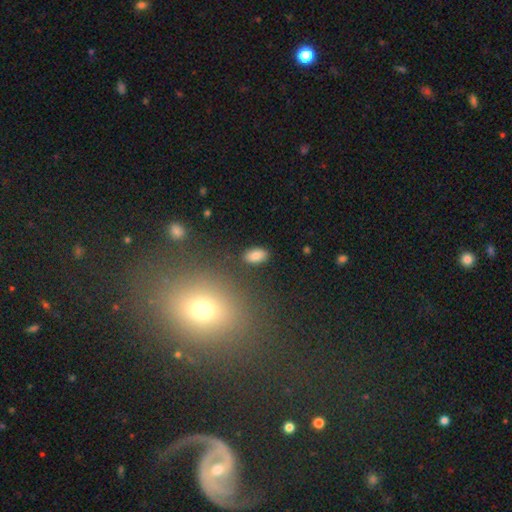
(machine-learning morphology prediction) smooth-or-featured: smooth: 82% | star or artifact: 10% | featured or disk: 7%
  how-rounded: in between: 93% | round: 5% | cigar-shaped: 2%
  merging: none: 86% | minor disturbance: 9% | major disturbance: 3% | merger: 2%